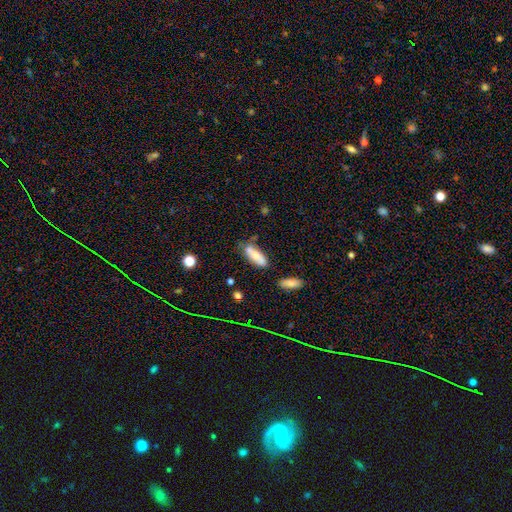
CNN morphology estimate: A smooth galaxy with no disk features (67%) that is in between round and cigar-shaped (66%). Merging: none (61%).